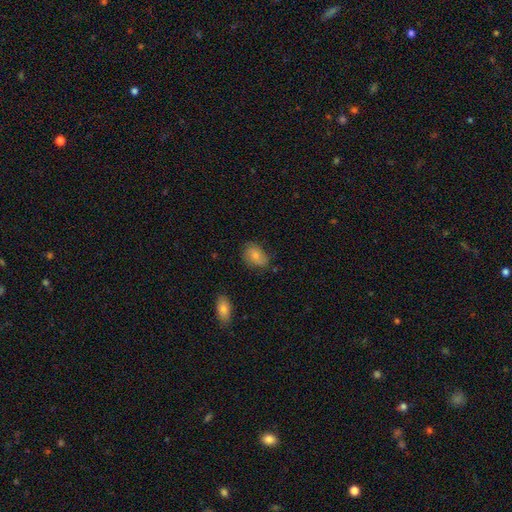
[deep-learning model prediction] smooth_or_featured: smooth (p=0.77) [alt: featured or disk p=0.16]
how_rounded: in between (p=0.80) [alt: round p=0.18]
merging: none (p=0.66) [alt: minor disturbance p=0.25]